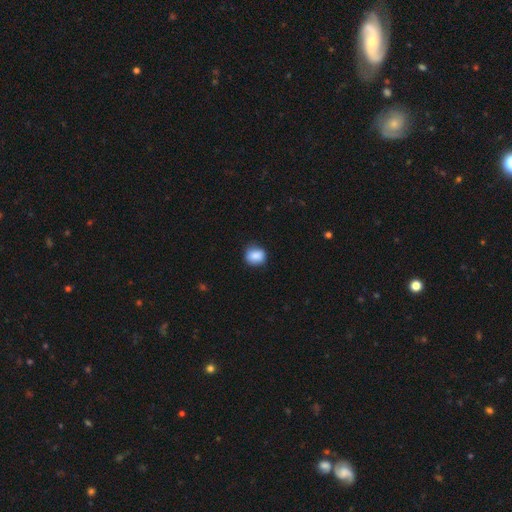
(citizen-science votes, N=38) Smooth or featured? smooth (92%)
How rounded? round (66%)
Merging? none (78%)